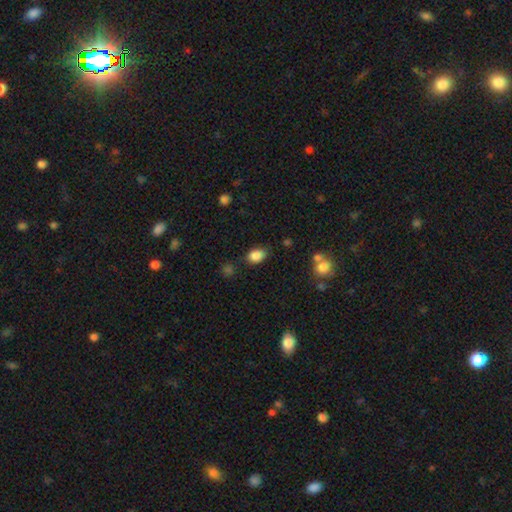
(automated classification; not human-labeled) The model was most divided on "merging": none: 78%, minor disturbance: 16%, major disturbance: 4%, merger: 3%. More confident: smooth or featured — smooth (87%); how rounded — in between (82%).